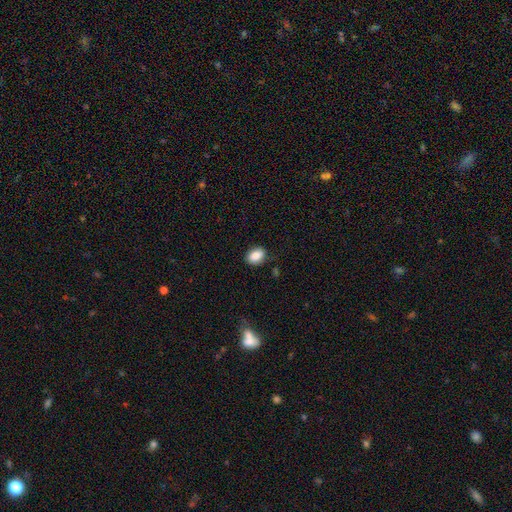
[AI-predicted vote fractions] A smooth galaxy with no disk features (85%) that is in between round and cigar-shaped (74%).

Vote fractions:
- Smooth or featured? smooth: 85% / star or artifact: 8% / featured or disk: 7%
- How rounded? in between: 74% / round: 25% / cigar-shaped: 1%
- Merging? none: 80% / minor disturbance: 15% / major disturbance: 3% / merger: 2%